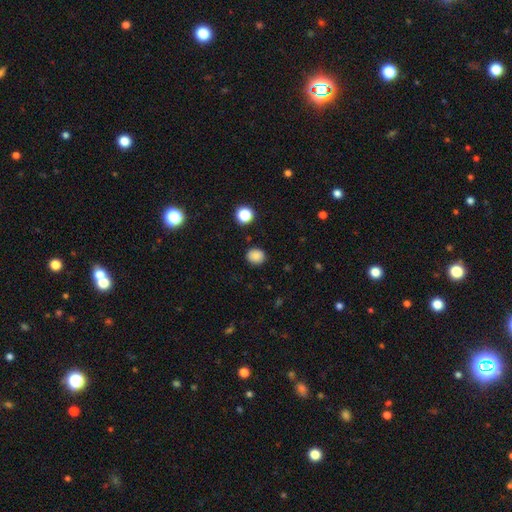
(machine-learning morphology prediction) Q: Smooth or featured?
A: smooth (84%); runner-up: star or artifact (11%)
Q: How rounded?
A: round (74%); runner-up: in between (25%)
Q: Merging?
A: none (87%); runner-up: minor disturbance (9%)